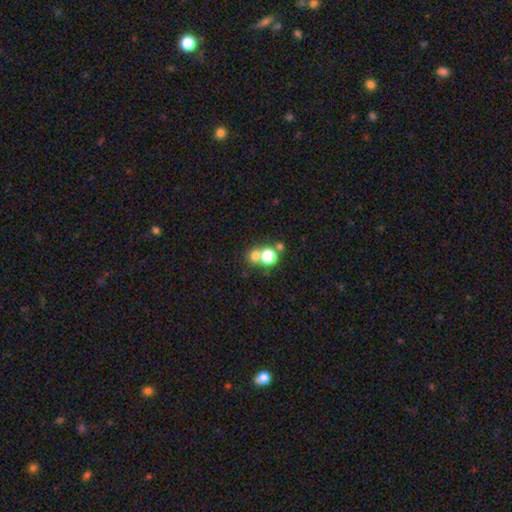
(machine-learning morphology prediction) Overall: smooth (71%). How rounded: round (86%). Merging: none (51%; merger 39%).